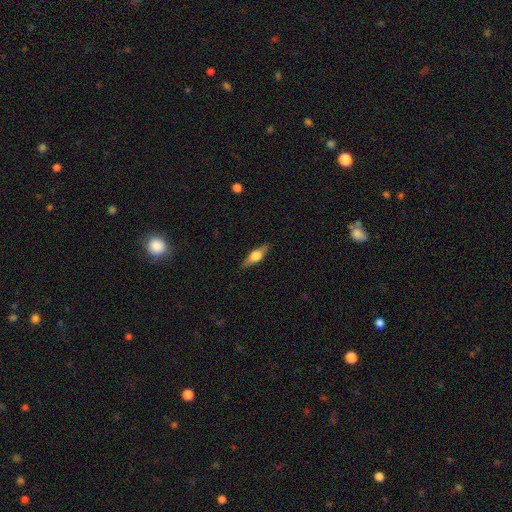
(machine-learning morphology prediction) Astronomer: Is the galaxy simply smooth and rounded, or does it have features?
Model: featured or disk — 48% (runner-up: smooth, 46%).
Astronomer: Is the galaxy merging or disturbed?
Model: none — 86%.